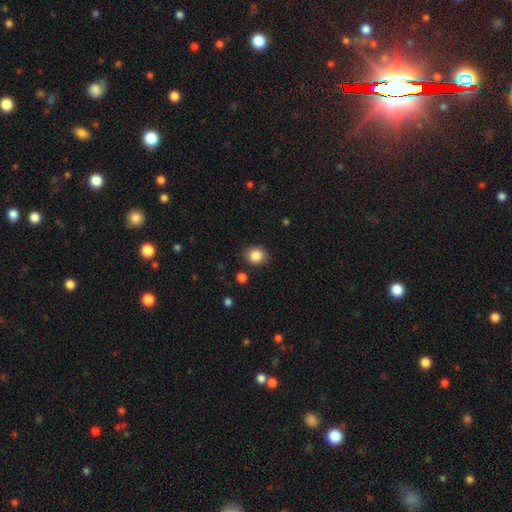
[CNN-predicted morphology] smooth 85%, star or artifact 10%, featured or disk 5%. Down the decision tree: how rounded — round (74%); merging — none (88%).